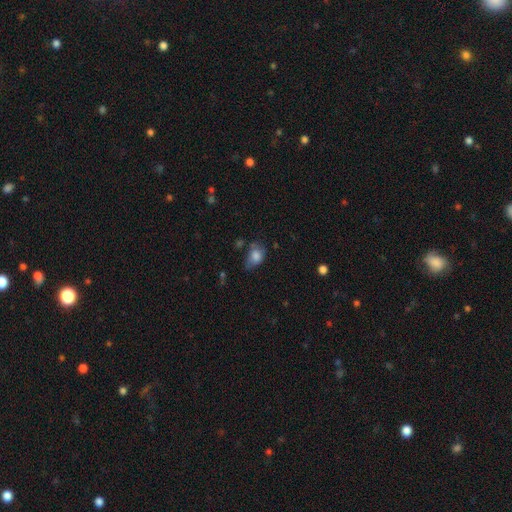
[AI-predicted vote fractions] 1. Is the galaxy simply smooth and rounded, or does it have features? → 76% smooth, 15% featured or disk, 9% star or artifact.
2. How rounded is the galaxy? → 76% in between, 23% round, 1% cigar-shaped.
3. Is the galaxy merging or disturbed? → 39% none, 37% minor disturbance, 18% major disturbance, 6% merger.